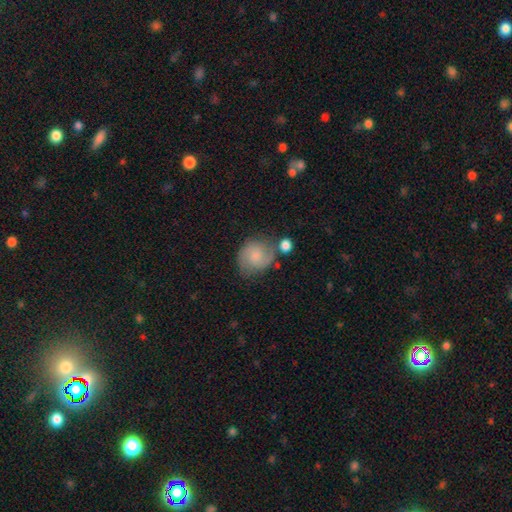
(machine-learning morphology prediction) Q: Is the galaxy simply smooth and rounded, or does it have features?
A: featured or disk — 46%.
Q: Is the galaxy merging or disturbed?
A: none — 56%.